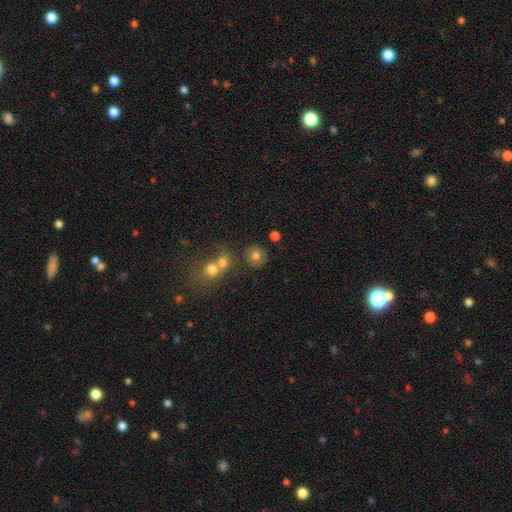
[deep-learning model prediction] Overall: smooth (73%). How rounded: round (88%). Merging: none (73%).